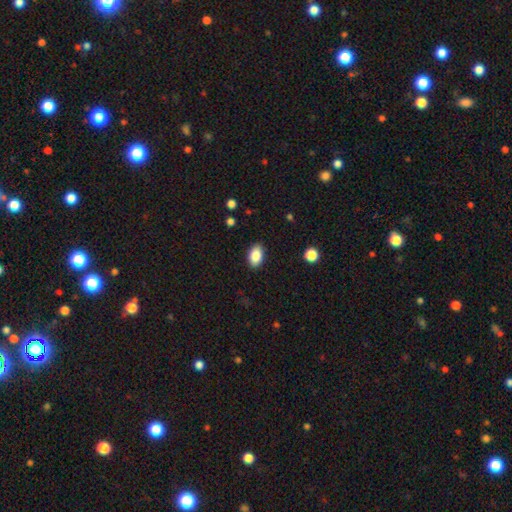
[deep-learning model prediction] Smooth or featured?
  - smooth: 86% *
  - star or artifact: 8%
  - featured or disk: 7%
How rounded?
  - in between: 90% *
  - round: 9%
  - cigar-shaped: 1%
Merging?
  - none: 88% *
  - minor disturbance: 9%
  - major disturbance: 2%
  - merger: 1%